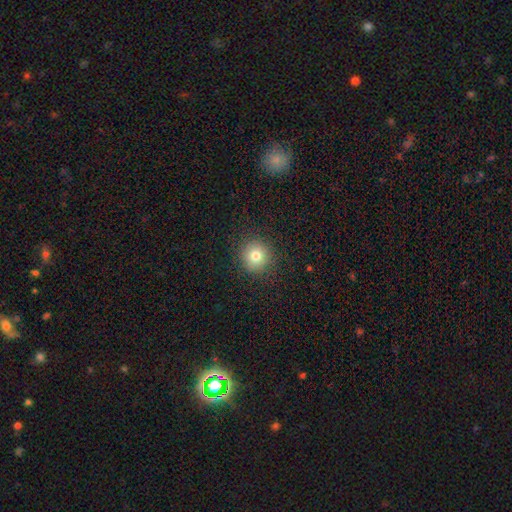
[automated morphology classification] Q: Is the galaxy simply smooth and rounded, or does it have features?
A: smooth — 79%.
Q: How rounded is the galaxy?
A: round — 93%.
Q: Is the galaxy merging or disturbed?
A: none — 90%.